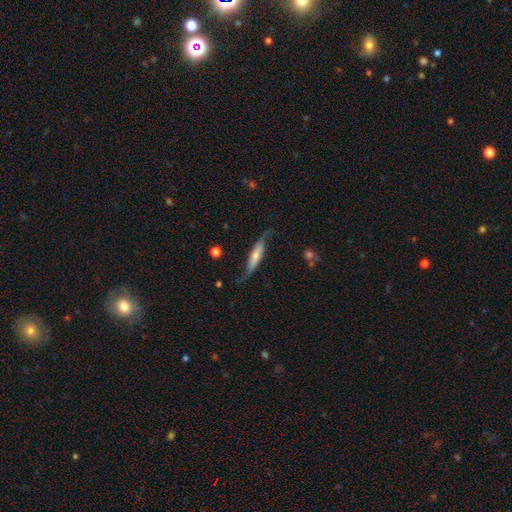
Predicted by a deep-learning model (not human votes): featured or disk 50%, smooth 44%, star or artifact 6%. Down the decision tree: edge-on disk — yes (51%); merging — none (63%).